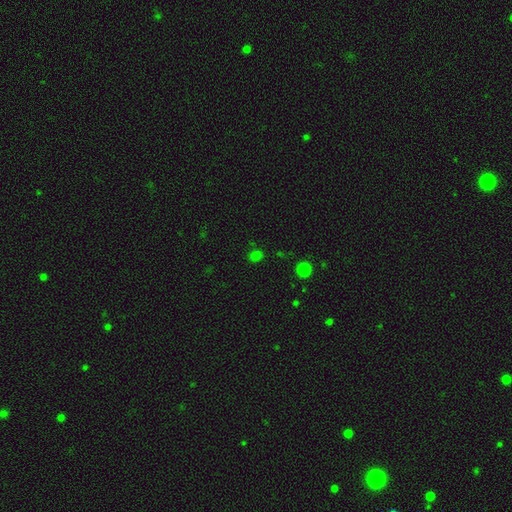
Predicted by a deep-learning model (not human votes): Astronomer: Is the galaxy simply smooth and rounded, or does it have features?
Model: smooth — 67%.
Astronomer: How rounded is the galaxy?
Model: round — 62%.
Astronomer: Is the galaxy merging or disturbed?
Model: none — 83%.